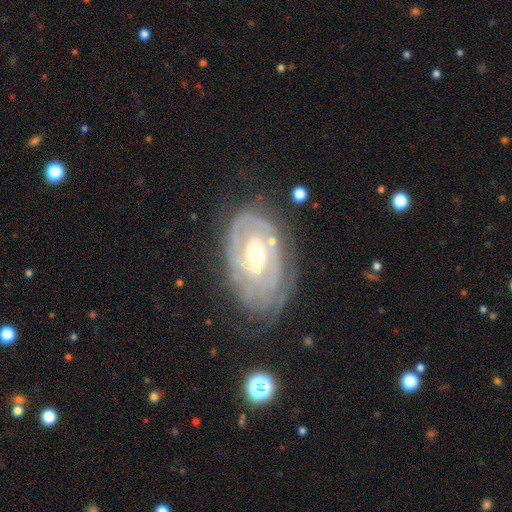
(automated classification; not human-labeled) Smooth or featured?
  - featured or disk: 82% *
  - smooth: 13%
  - star or artifact: 6%
Edge-on disk?
  - no: 95% *
  - yes: 5%
Bar?
  - no: 49% *
  - weak: 38%
  - strong: 13%
Spiral arms?
  - yes: 83% *
  - no: 17%
Spiral winding?
  - tight: 73% *
  - medium: 21%
  - loose: 7%
Spiral arm count?
  - can't tell: 48% *
  - 2: 27%
  - 3: 10%
  - 1: 7%
  - 4: 5%
  - more than 4: 4%
Bulge size?
  - moderate: 56% *
  - small: 36%
  - large: 5%
  - none: 1%
  - dominant: 1%
Merging?
  - none: 64% *
  - minor disturbance: 22%
  - major disturbance: 11%
  - merger: 3%